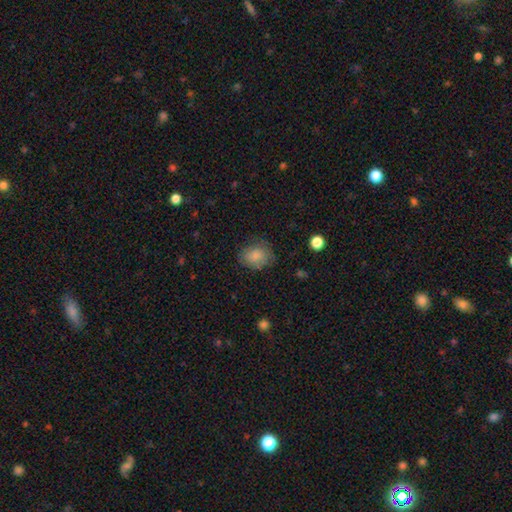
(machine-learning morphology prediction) A smooth galaxy with no disk features (84%) that is in between round and cigar-shaped (56%).

Vote fractions:
- Smooth or featured? smooth: 84% / star or artifact: 9% / featured or disk: 7%
- How rounded? in between: 56% / round: 43% / cigar-shaped: 1%
- Merging? none: 73% / minor disturbance: 19% / major disturbance: 6% / merger: 1%